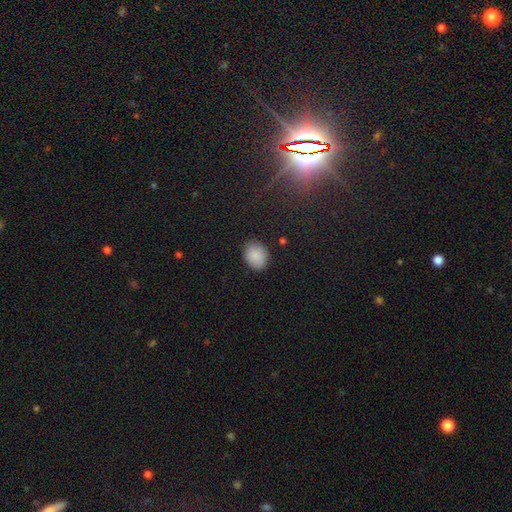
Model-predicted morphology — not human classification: smooth-or-featured: smooth: 88% | star or artifact: 8% | featured or disk: 4%
  how-rounded: in between: 51% | round: 49% | cigar-shaped: 1%
  merging: none: 85% | minor disturbance: 11% | major disturbance: 3% | merger: 1%